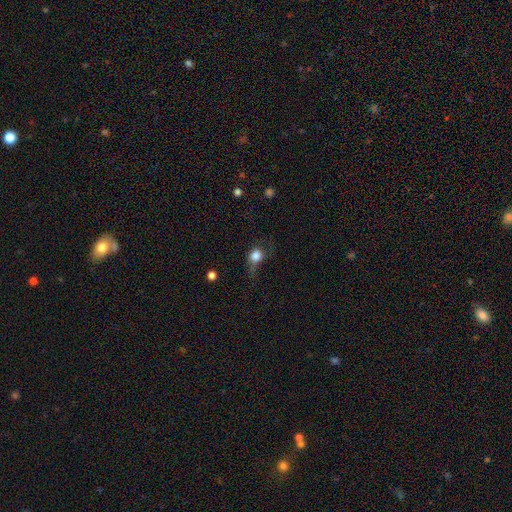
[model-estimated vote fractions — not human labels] Smooth or featured? smooth (78%)
How rounded? round (72%)
Merging? none (39%)